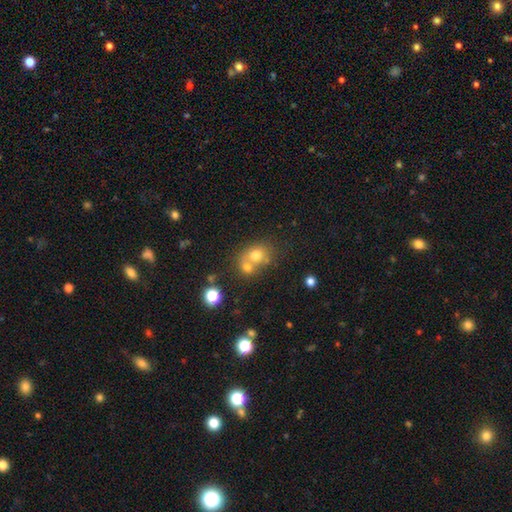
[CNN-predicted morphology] smooth-or-featured: smooth: 69% | featured or disk: 16% | star or artifact: 15%
  how-rounded: round: 64% | in between: 35% | cigar-shaped: 1%
  merging: merger: 50% | none: 38% | minor disturbance: 8% | major disturbance: 4%